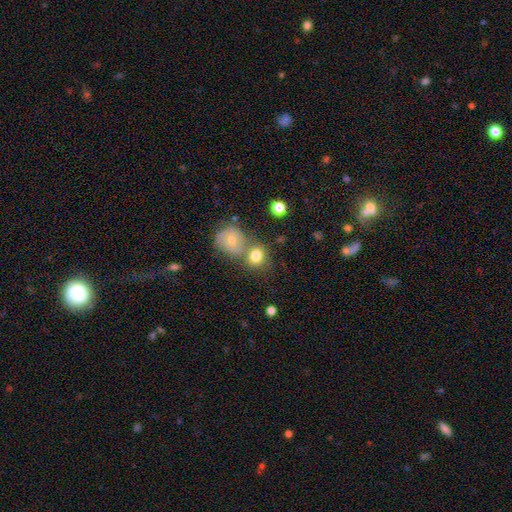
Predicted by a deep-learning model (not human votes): A smooth galaxy with no disk features (78%) that is round (71%).

Vote fractions:
- Smooth or featured? smooth: 78% / featured or disk: 11% / star or artifact: 10%
- How rounded? round: 71% / in between: 28% / cigar-shaped: 1%
- Merging? none: 46% / merger: 39% / minor disturbance: 10% / major disturbance: 4%